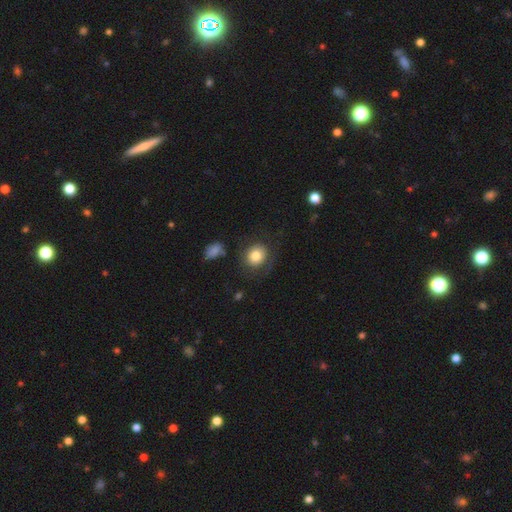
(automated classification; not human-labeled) Smooth or featured?
  - smooth: 79% *
  - featured or disk: 13%
  - star or artifact: 8%
How rounded?
  - round: 79% *
  - in between: 20%
  - cigar-shaped: 1%
Merging?
  - none: 72% *
  - minor disturbance: 15%
  - major disturbance: 10%
  - merger: 3%